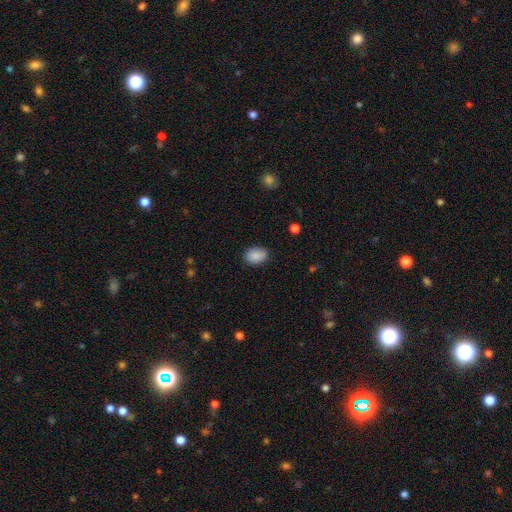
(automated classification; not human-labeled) Smooth or featured: smooth — 89% (star or artifact — 7%)
How rounded: in between — 80% (round — 19%)
Merging: none — 82% (minor disturbance — 14%)